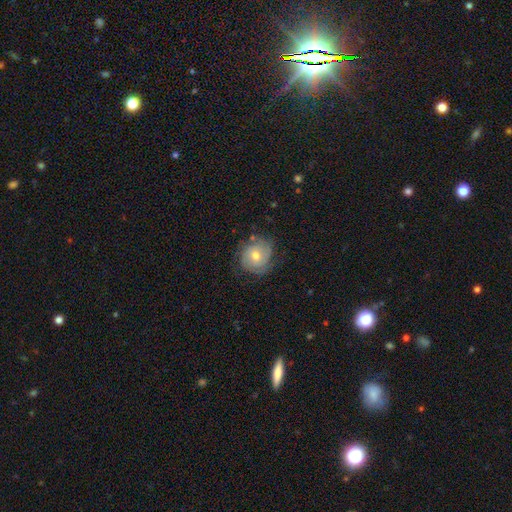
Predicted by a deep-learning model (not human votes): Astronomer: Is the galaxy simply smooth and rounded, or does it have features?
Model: featured or disk — 49% (runner-up: smooth, 43%).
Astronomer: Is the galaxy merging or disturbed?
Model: none — 67%.